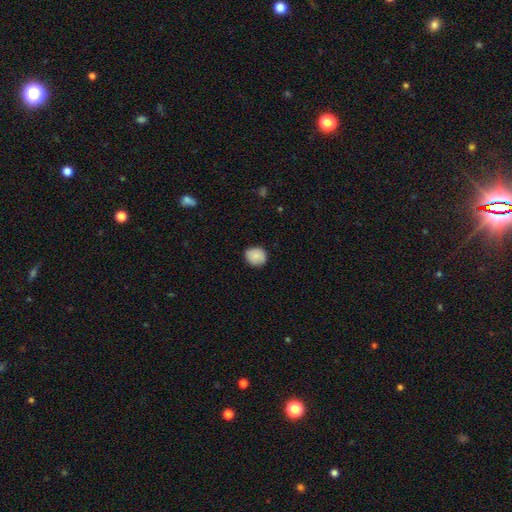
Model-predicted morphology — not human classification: A smooth galaxy with no disk features (85%) that is round (72%).

Vote fractions:
- Smooth or featured? smooth: 85% / featured or disk: 8% / star or artifact: 7%
- How rounded? round: 72% / in between: 27% / cigar-shaped: 1%
- Merging? none: 84% / minor disturbance: 13% / major disturbance: 2% / merger: 1%